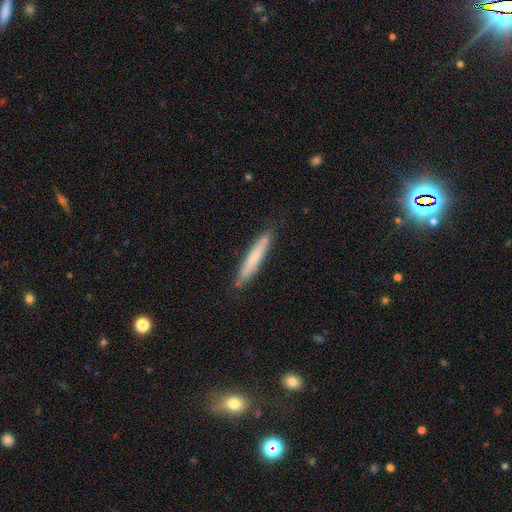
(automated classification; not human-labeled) A smooth galaxy with no disk features (68%) that is cigar-shaped (95%).

Vote fractions:
- Smooth or featured? smooth: 68% / featured or disk: 26% / star or artifact: 6%
- How rounded? cigar-shaped: 95% / in between: 4% / round: 1%
- Merging? none: 85% / minor disturbance: 12% / major disturbance: 2% / merger: 1%